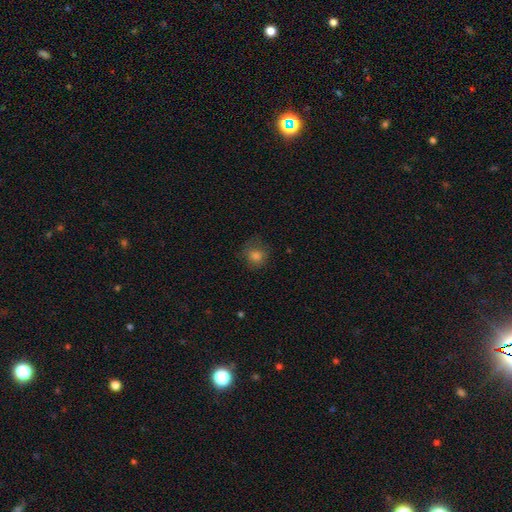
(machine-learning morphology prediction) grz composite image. It shows a smooth galaxy with no disk features (76%) that is round (82%). Merging: none (70%).